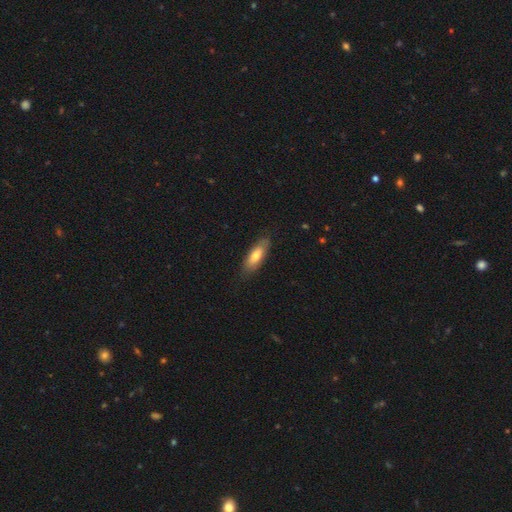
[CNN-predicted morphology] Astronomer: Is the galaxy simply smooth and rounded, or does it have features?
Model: smooth — 71%.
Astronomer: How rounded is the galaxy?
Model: in between — 65%.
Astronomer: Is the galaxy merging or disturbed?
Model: none — 80%.